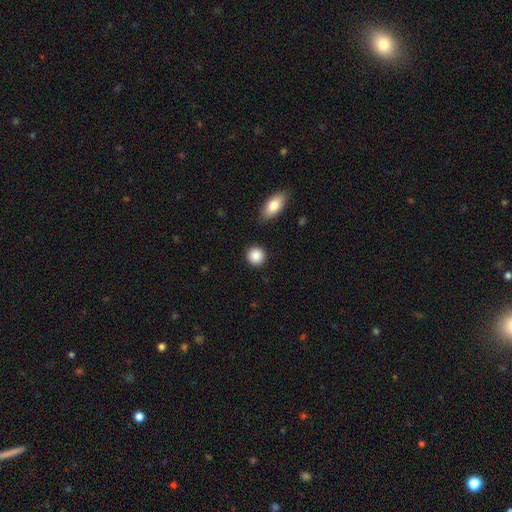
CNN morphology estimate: This appears to be a smooth galaxy with no disk features (89%) that is round (89%). Merging: none (88%).